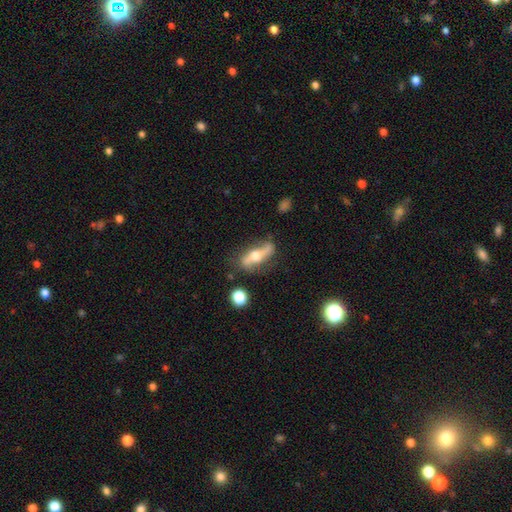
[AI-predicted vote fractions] A featured or disk galaxy (66%). Merging: none (69%).